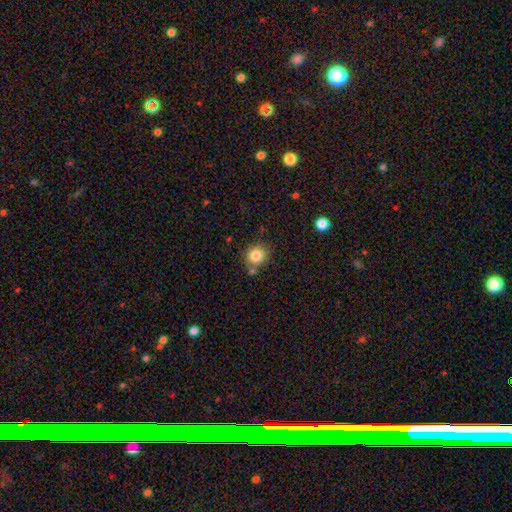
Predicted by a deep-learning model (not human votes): The model was most divided on "merging": none: 73%, merger: 12%, minor disturbance: 11%, major disturbance: 3%. More confident: how rounded — round (84%); smooth or featured — smooth (83%).